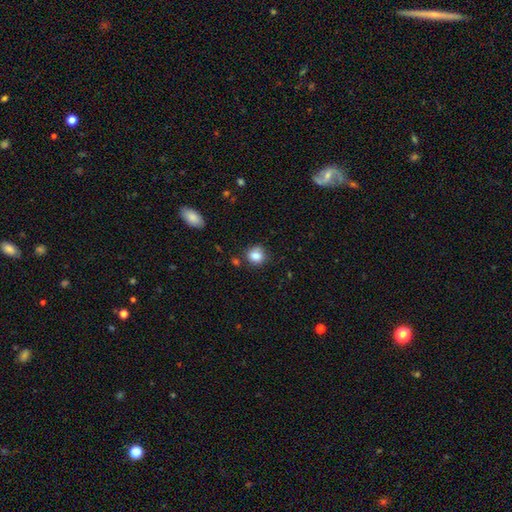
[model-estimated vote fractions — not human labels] The model was most divided on "merging": none: 75%, minor disturbance: 17%, merger: 4%, major disturbance: 4%. More confident: smooth or featured — smooth (85%); how rounded — round (82%).